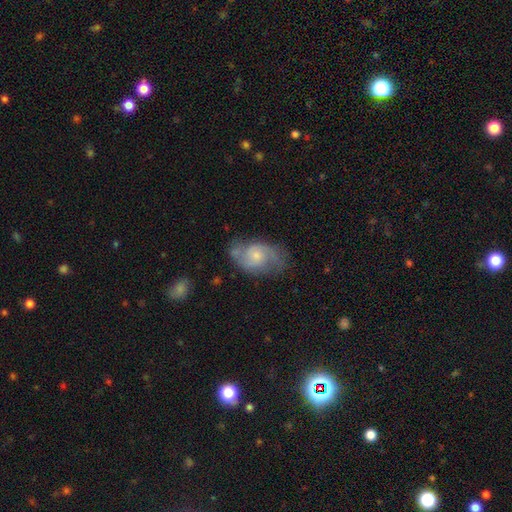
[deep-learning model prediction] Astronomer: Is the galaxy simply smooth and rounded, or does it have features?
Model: featured or disk — 68%.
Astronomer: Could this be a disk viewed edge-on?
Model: no — 97%.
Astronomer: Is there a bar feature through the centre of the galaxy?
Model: no — 63%.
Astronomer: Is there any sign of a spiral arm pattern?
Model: yes — 88%.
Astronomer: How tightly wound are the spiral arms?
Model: medium — 49% (runner-up: loose, 33%).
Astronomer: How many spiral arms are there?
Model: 2 — 83%.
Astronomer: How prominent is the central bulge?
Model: small — 56% (runner-up: moderate, 35%).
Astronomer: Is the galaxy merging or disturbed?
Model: none — 57%.